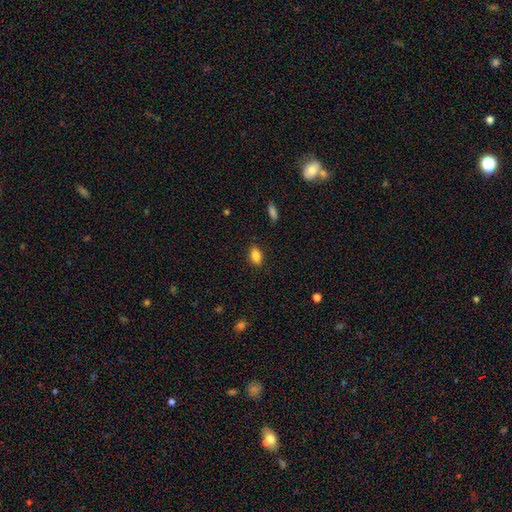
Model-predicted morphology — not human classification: A smooth galaxy with no disk features (86%) that is in between round and cigar-shaped (88%). Merging: none (87%).